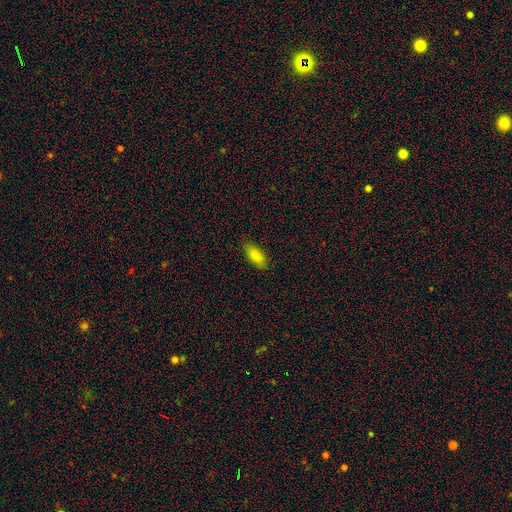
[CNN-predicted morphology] This is clearly a smooth galaxy (86%). How rounded: clearly in between (80%). Merging: clearly none (86%).